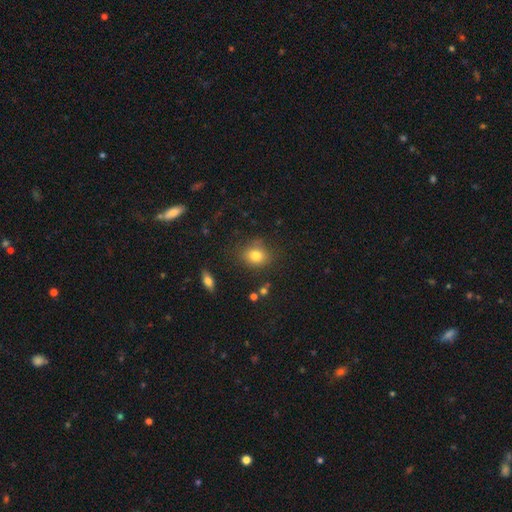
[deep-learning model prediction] Overall: smooth (79%). How rounded: round (62%; in between 37%). Merging: none (78%).